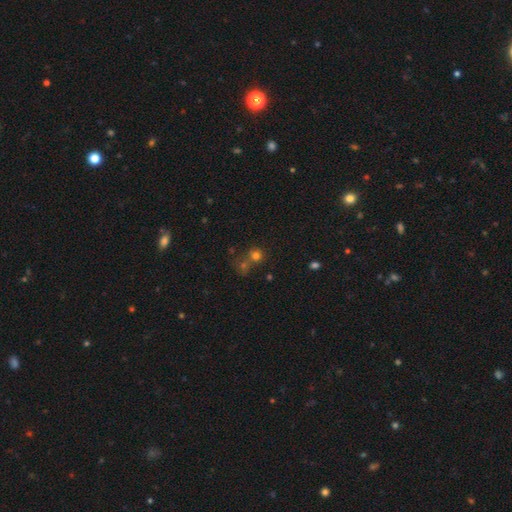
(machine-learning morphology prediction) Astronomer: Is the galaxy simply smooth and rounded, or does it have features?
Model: smooth — 69%.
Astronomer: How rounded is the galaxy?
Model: round — 87%.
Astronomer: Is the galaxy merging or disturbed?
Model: none — 52% (runner-up: merger, 35%).